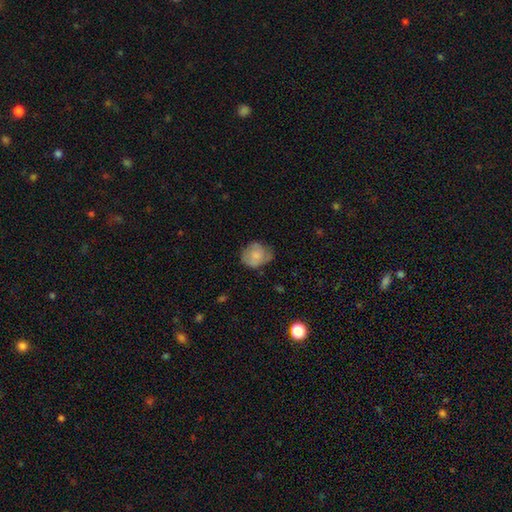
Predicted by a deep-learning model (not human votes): Q: Smooth or featured?
A: smooth (66%); runner-up: featured or disk (26%)
Q: How rounded?
A: round (64%); runner-up: in between (35%)
Q: Merging?
A: none (51%); runner-up: minor disturbance (34%)